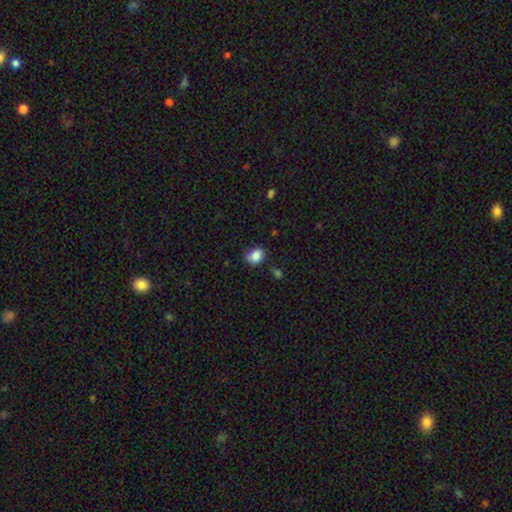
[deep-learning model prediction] Overall: smooth (85%). How rounded: in between (55%; round 44%). Merging: none (57%; minor disturbance 31%).